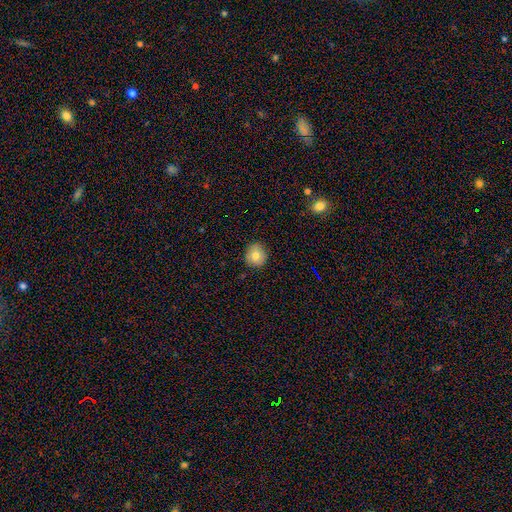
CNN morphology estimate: Smooth or featured? smooth (77%)
How rounded? round (89%)
Merging? none (87%)